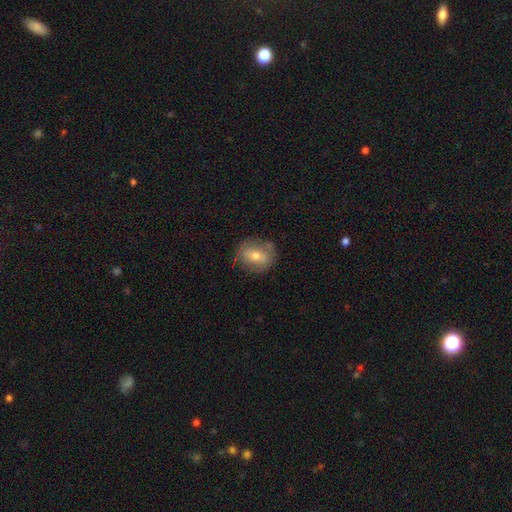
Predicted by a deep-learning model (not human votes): Q: Smooth or featured?
A: smooth (54%); runner-up: featured or disk (37%)
Q: How rounded?
A: round (60%); runner-up: in between (39%)
Q: Merging?
A: none (76%); runner-up: minor disturbance (17%)